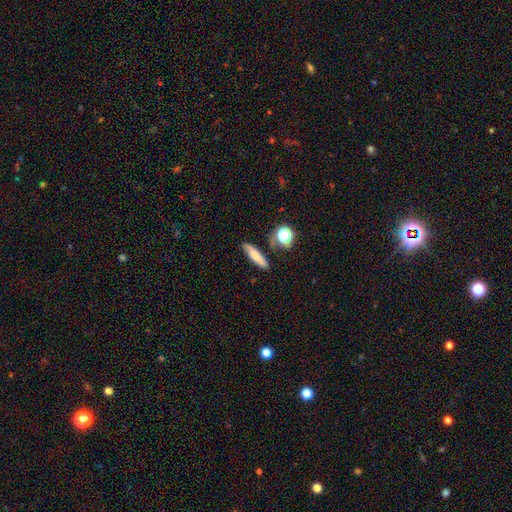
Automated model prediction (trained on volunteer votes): smooth-or-featured: smooth: 64% | featured or disk: 27% | star or artifact: 9%
  how-rounded: cigar-shaped: 70% | in between: 25% | round: 6%
  merging: none: 79% | minor disturbance: 13% | merger: 5% | major disturbance: 3%